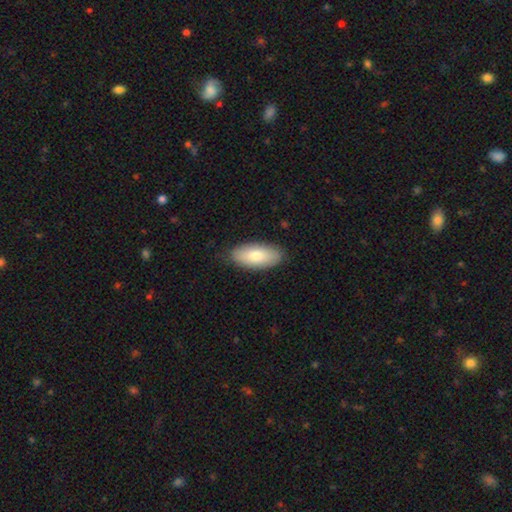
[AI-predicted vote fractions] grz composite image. It shows a smooth galaxy with no disk features (79%) that is in between round and cigar-shaped (92%). Merging: none (85%).